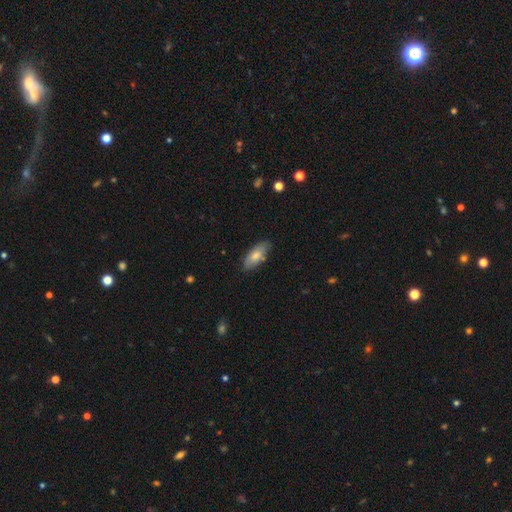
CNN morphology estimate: Smooth or featured?
  - smooth: 76% *
  - featured or disk: 18%
  - star or artifact: 6%
How rounded?
  - in between: 85% *
  - cigar-shaped: 13%
  - round: 2%
Merging?
  - none: 79% *
  - minor disturbance: 16%
  - major disturbance: 3%
  - merger: 2%